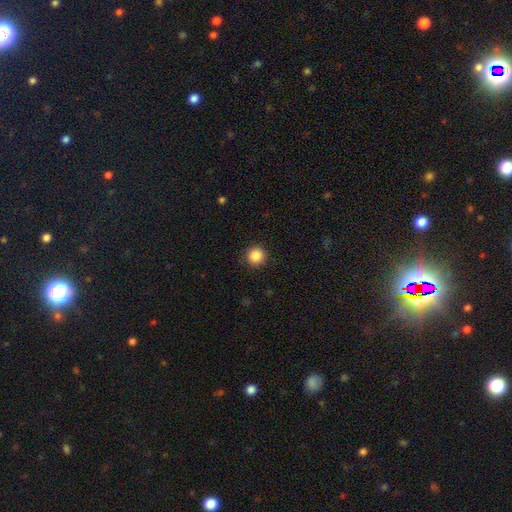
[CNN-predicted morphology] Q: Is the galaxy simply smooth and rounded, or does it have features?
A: smooth — 87%.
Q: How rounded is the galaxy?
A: round — 95%.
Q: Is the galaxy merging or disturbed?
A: none — 89%.